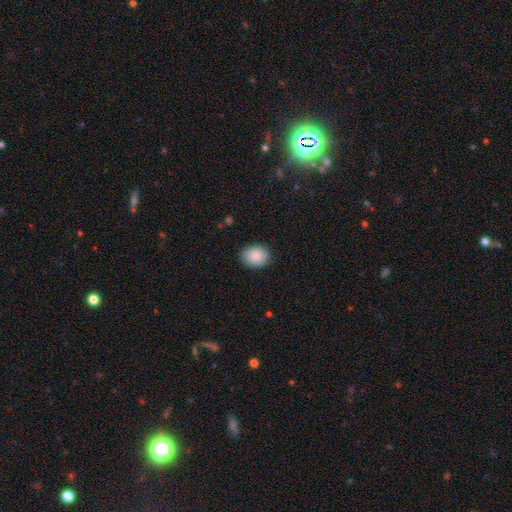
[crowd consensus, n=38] This is clearly a smooth galaxy (92%). How rounded: likely in between (69%). Merging: clearly none (94%).